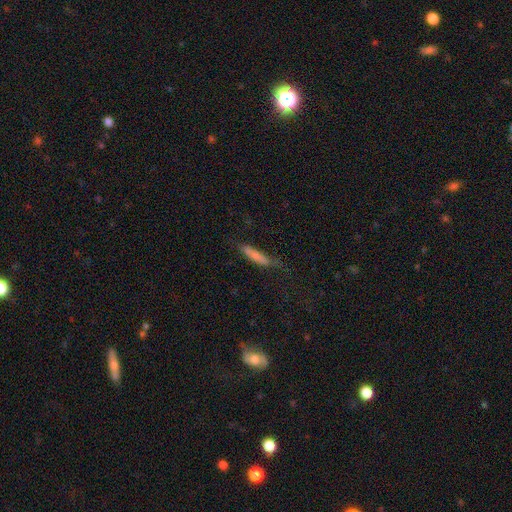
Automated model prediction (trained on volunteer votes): Overall: smooth (70%). How rounded: cigar-shaped (88%). Merging: none (56%; minor disturbance 28%).